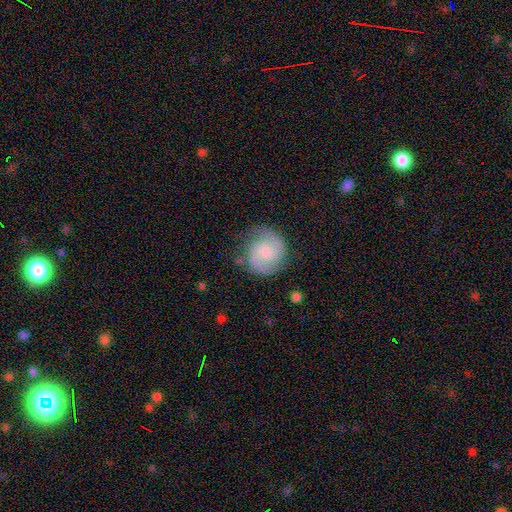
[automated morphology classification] A featured or disk galaxy (72%) with no bar (55%), 2 (87%) medium (48%) spiral arms (95%) and a small central bulge (42%). Merging: none (76%).